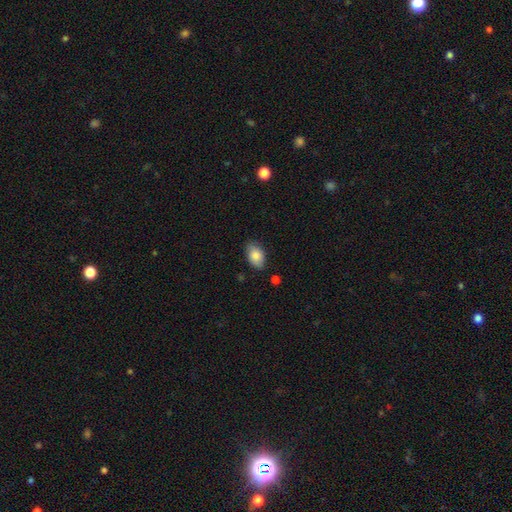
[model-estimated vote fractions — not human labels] Smooth or featured: smooth — 84% (featured or disk — 9%)
How rounded: in between — 91% (round — 8%)
Merging: none — 80% (minor disturbance — 15%)